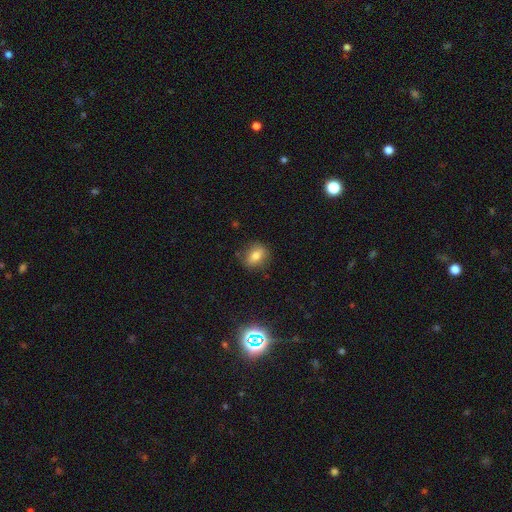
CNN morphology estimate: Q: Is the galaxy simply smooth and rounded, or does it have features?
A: smooth — 74%.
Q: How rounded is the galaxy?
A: in between — 55%.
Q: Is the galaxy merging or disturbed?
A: none — 82%.